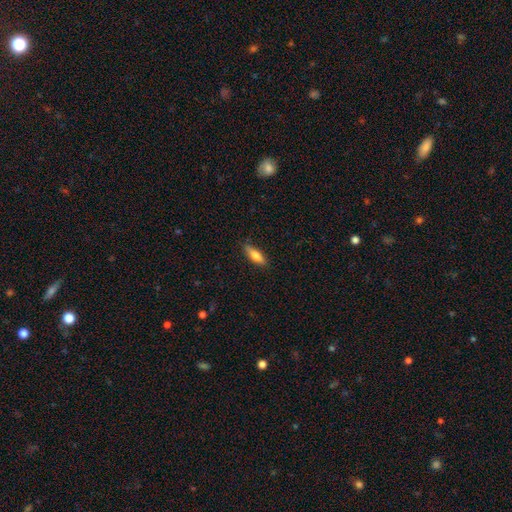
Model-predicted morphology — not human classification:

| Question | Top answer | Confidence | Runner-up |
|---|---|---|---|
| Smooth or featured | smooth | 71% | featured or disk (22%) |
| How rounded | in between | 49% | tied: cigar-shaped (49%) |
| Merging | none | 84% | minor disturbance (13%) |